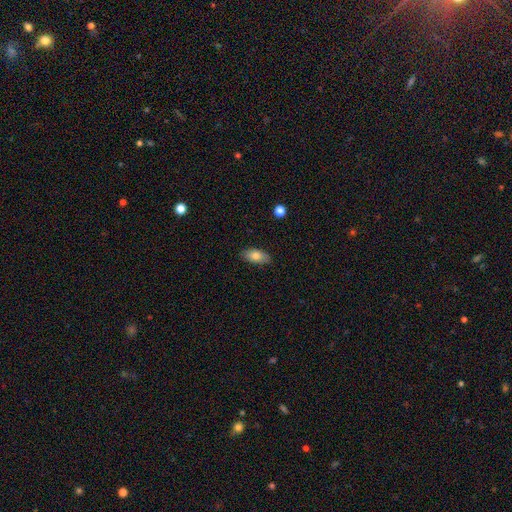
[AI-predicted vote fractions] This appears to be a smooth galaxy with no disk features (79%) that is in between round and cigar-shaped (90%). Merging: none (85%).